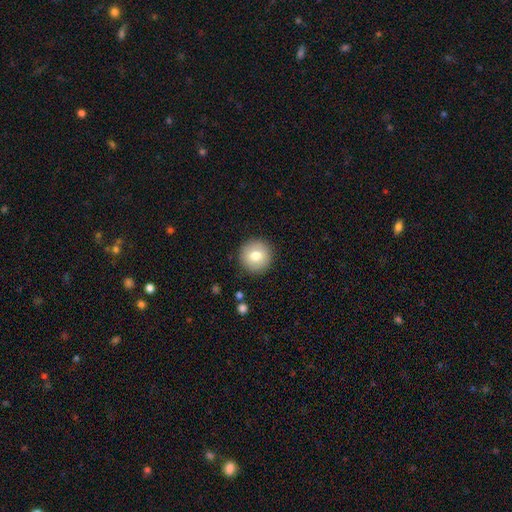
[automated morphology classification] This is likely a smooth galaxy (77%). How rounded: clearly round (95%). Merging: clearly none (90%).